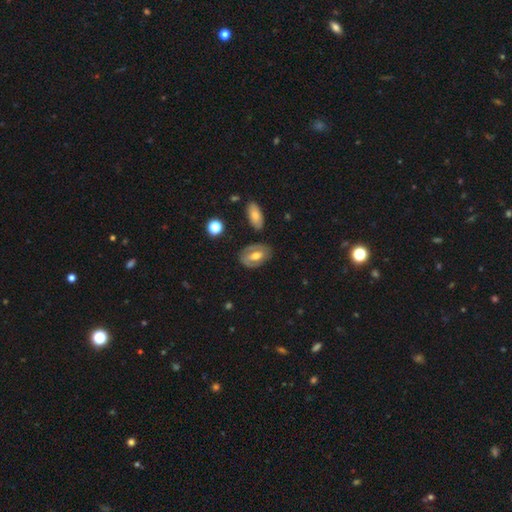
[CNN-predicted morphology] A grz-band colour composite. It shows a featured or disk galaxy (50%). Merging: none (75%).